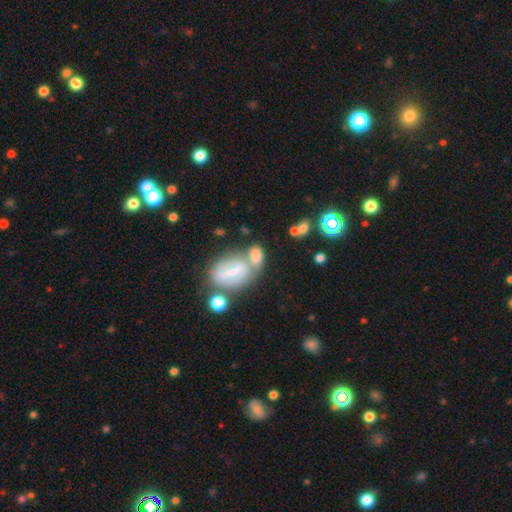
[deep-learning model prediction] Smooth or featured?
  - smooth: 59% *
  - featured or disk: 31%
  - star or artifact: 10%
How rounded?
  - in between: 77% *
  - round: 18%
  - cigar-shaped: 5%
Merging?
  - merger: 45% *
  - none: 32%
  - minor disturbance: 15%
  - major disturbance: 8%